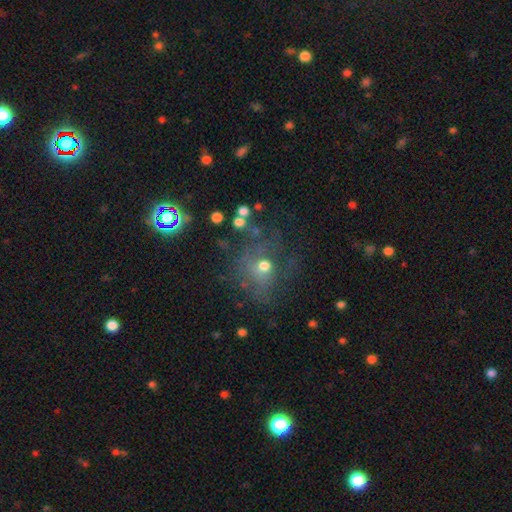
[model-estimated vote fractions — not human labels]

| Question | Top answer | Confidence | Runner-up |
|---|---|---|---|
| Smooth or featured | star or artifact | 41% | smooth (31%) |